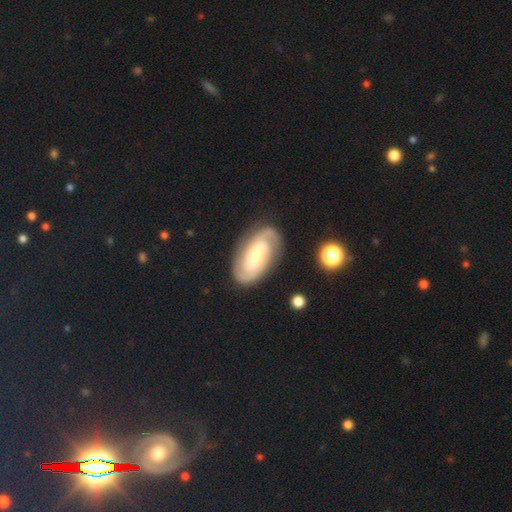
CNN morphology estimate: Smooth or featured? Predicted: featured or disk (p=0.79). Edge-on disk? Predicted: no (p=0.96). Bar? Predicted: no (p=0.41). Spiral arms? Predicted: yes (p=0.95). Spiral winding? Predicted: tight (p=0.50). Spiral arm count? Predicted: 2 (p=0.77). Bulge size? Predicted: small (p=0.44). Merging? Predicted: none (p=0.81).